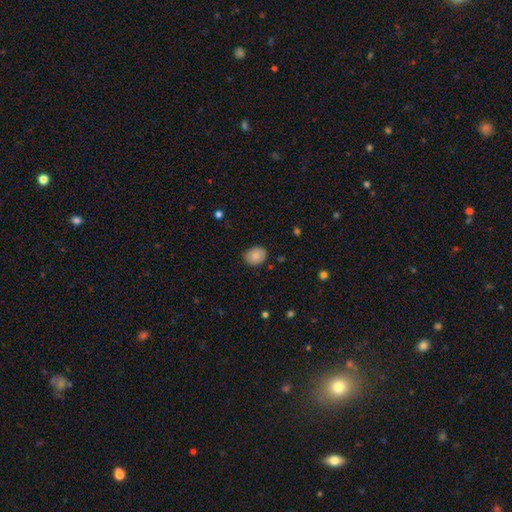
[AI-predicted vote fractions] The model was most divided on "how rounded": round: 53%, in between: 46%, cigar-shaped: 1%. More confident: smooth or featured — smooth (84%); merging — none (82%).